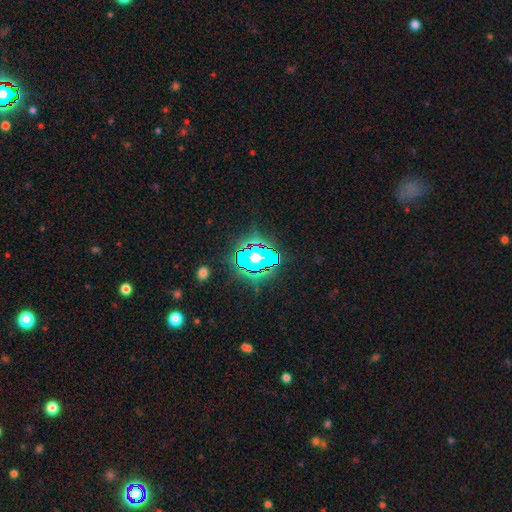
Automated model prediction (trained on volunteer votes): This is likely a star or artifact rather than a galaxy (79%).